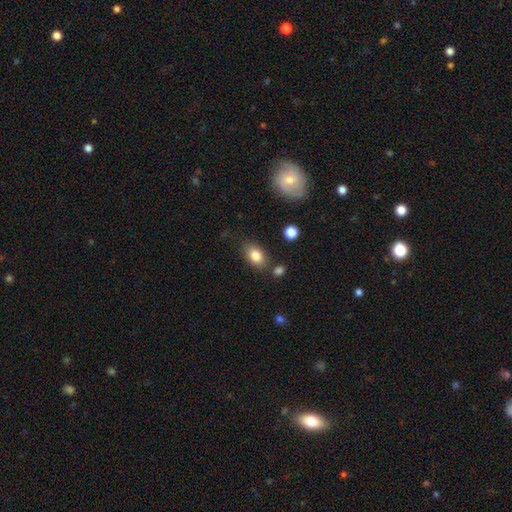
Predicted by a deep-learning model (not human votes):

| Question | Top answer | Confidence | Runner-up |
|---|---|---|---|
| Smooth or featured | smooth | 83% | featured or disk (9%) |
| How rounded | in between | 82% | round (16%) |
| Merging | none | 76% | minor disturbance (14%) |